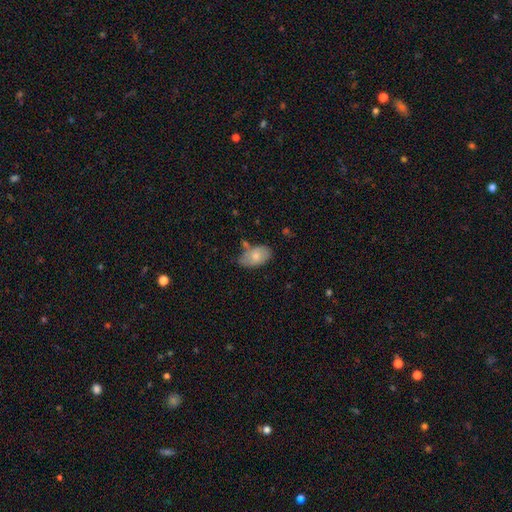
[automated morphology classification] The model was most divided on "merging": none: 54%, minor disturbance: 30%, merger: 10%, major disturbance: 6%. More confident: how rounded — in between (91%); smooth or featured — smooth (73%).